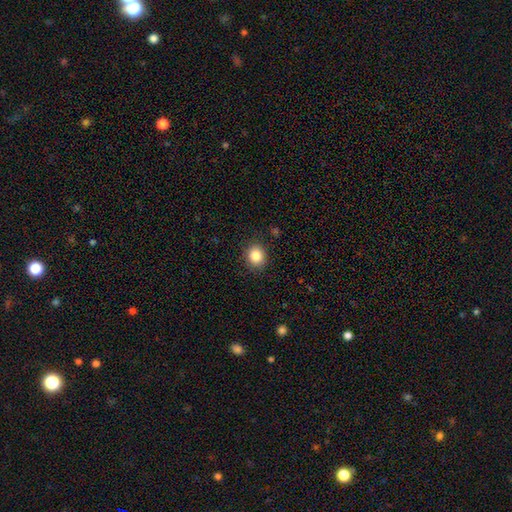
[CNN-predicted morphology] smooth 85%, star or artifact 10%, featured or disk 5%. Down the decision tree: how rounded — round (68%); merging — none (87%).